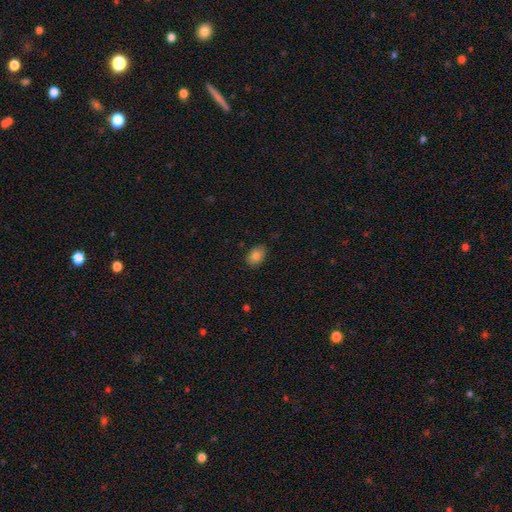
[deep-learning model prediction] The model was most divided on "how rounded": in between: 78%, round: 20%, cigar-shaped: 1%. More confident: smooth or featured — smooth (83%); merging — none (83%).